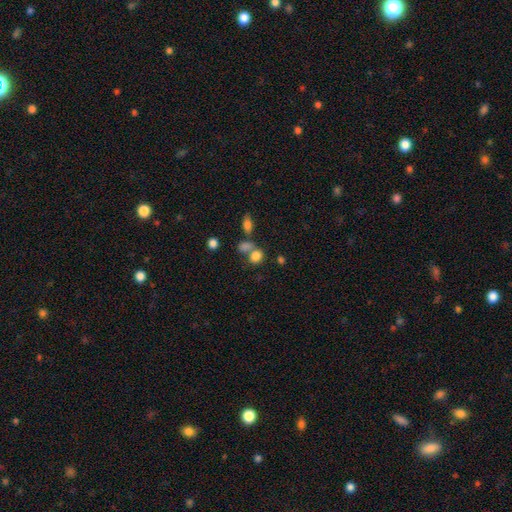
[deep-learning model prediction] Q: Smooth or featured?
A: smooth (80%); runner-up: star or artifact (12%)
Q: How rounded?
A: round (65%); runner-up: in between (34%)
Q: Merging?
A: none (48%); runner-up: merger (36%)